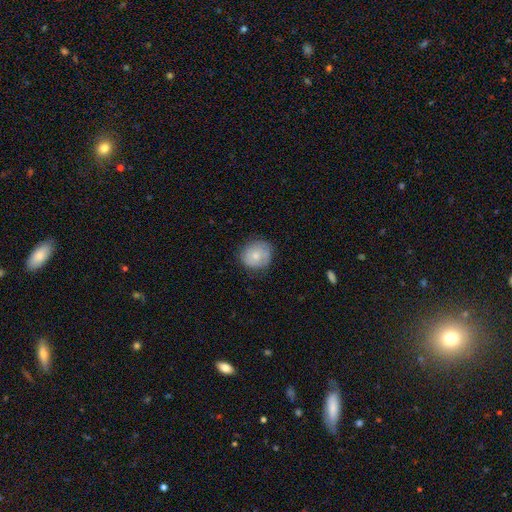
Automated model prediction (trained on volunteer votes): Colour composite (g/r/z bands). It shows a smooth galaxy with no disk features (59%) that is round (82%). Merging: none (76%).